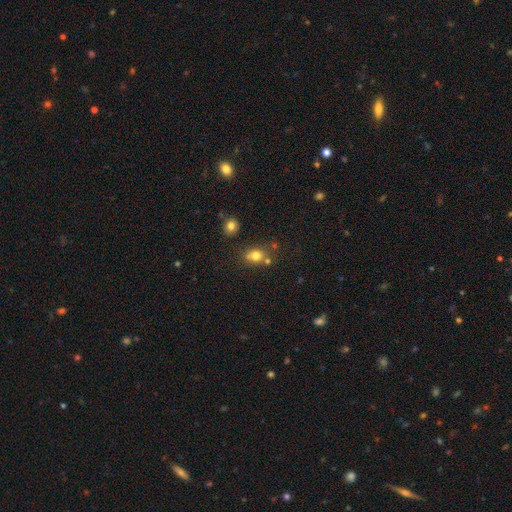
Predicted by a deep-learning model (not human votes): The model was most divided on "merging": none: 58%, merger: 23%, minor disturbance: 14%, major disturbance: 5%. More confident: smooth or featured — smooth (73%); how rounded — round (67%).